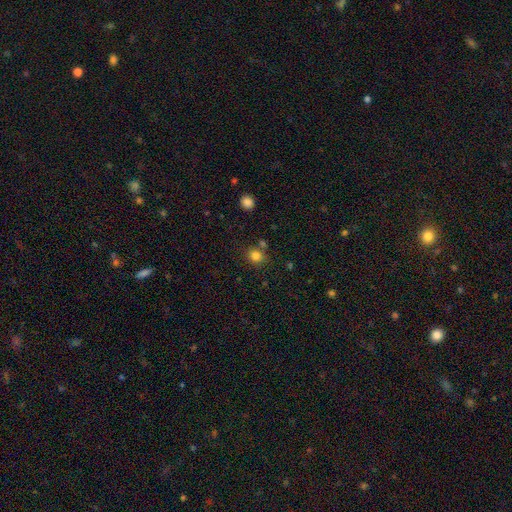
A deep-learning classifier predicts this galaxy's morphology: type=smooth (82%); roundness=round (78%); merging=none (74%).